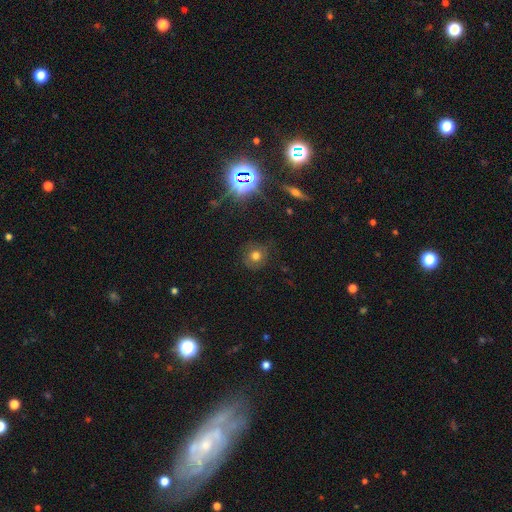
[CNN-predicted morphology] Smooth or featured: smooth — 62% (star or artifact — 22%)
How rounded: round — 87% (in between — 12%)
Merging: none — 77% (minor disturbance — 15%)